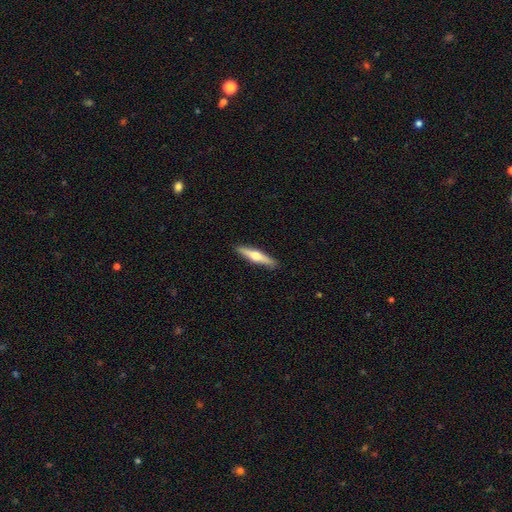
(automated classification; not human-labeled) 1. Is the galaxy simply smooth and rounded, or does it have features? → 57% featured or disk, 38% smooth, 5% star or artifact.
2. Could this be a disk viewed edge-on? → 96% yes, 4% no.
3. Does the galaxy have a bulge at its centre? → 94% rounded, 3% none, 3% boxy.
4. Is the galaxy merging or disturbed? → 91% none, 7% minor disturbance, 1% major disturbance, 1% merger.